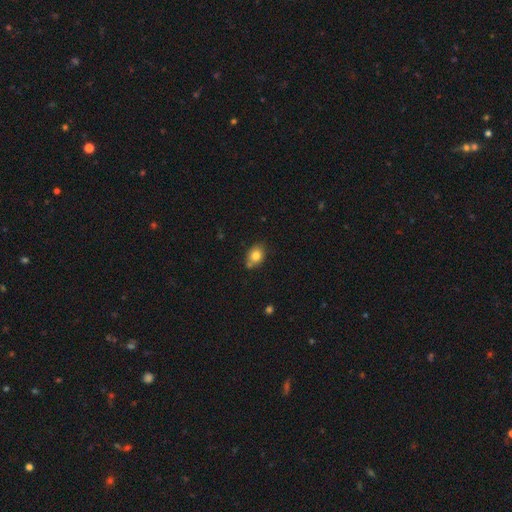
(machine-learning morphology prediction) smooth-or-featured: smooth: 81% | featured or disk: 10% | star or artifact: 10%
  how-rounded: in between: 61% | round: 38% | cigar-shaped: 1%
  merging: none: 65% | minor disturbance: 20% | merger: 12% | major disturbance: 4%